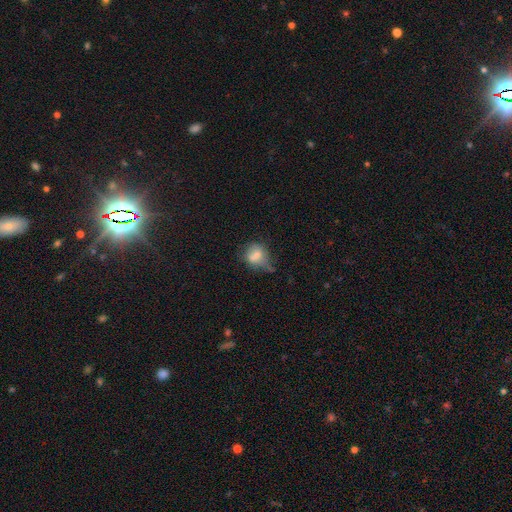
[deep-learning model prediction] A smooth galaxy with no disk features (69%) that is round (57%). Merging: none (37%).